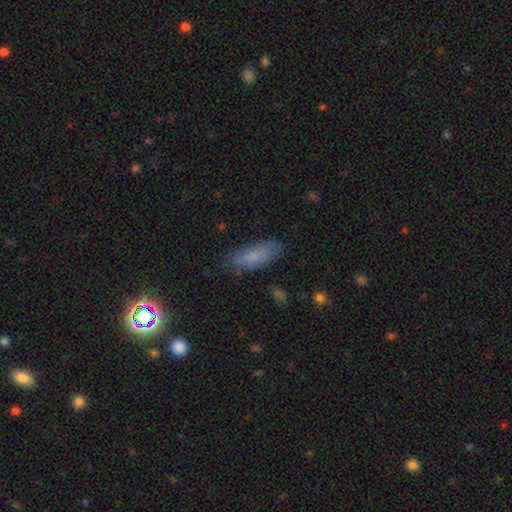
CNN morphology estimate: type=smooth (78%); roundness=in between (74%); merging=none (67%).